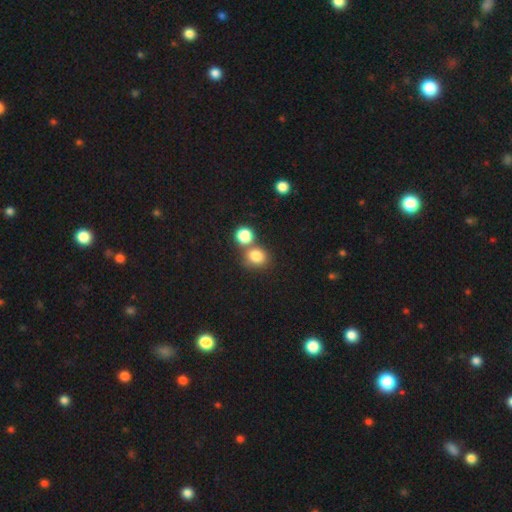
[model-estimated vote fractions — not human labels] Smooth or featured? smooth (80%)
How rounded? round (75%)
Merging? none (54%)